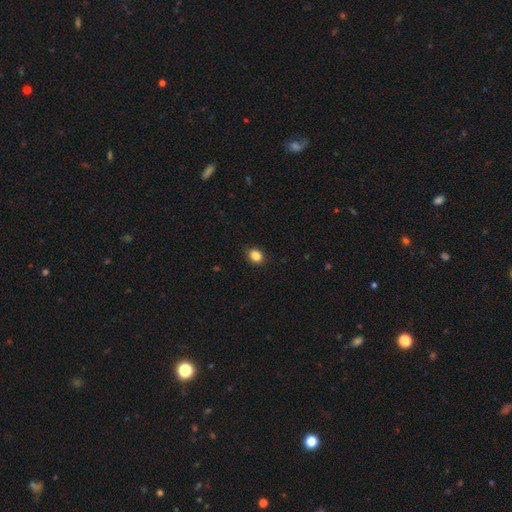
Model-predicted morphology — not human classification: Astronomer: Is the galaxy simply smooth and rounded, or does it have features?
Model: smooth — 86%.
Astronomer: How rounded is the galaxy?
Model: in between — 51% (runner-up: round, 48%).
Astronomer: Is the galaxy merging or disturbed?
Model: none — 87%.